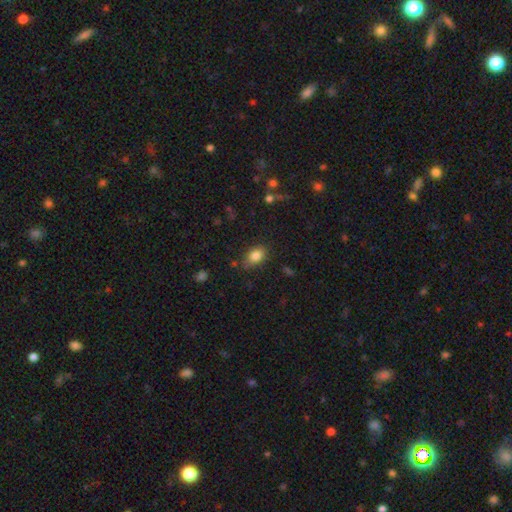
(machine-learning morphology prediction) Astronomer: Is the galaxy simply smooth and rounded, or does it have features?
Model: smooth — 83%.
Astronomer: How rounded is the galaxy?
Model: in between — 79%.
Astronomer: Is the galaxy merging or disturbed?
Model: none — 74%.